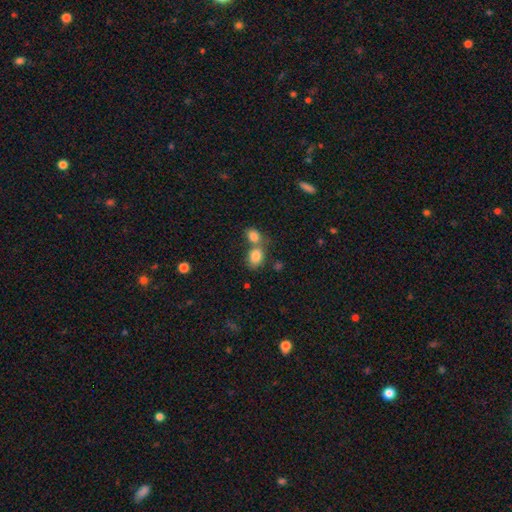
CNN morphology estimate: This is clearly a smooth galaxy (83%). How rounded: likely in between (62%). Merging: possibly merger (49%).